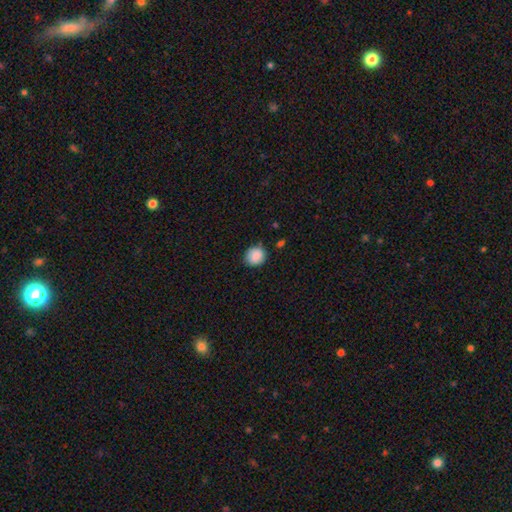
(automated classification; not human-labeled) A smooth galaxy with no disk features (88%) that is round (77%).

Vote fractions:
- Smooth or featured? smooth: 88% / star or artifact: 8% / featured or disk: 4%
- How rounded? round: 77% / in between: 22% / cigar-shaped: 1%
- Merging? none: 77% / minor disturbance: 17% / major disturbance: 3% / merger: 2%